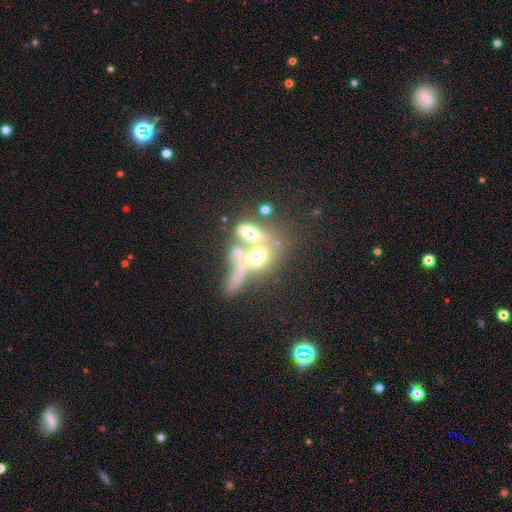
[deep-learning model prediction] Morphology: type=featured or disk (43%); merging=merger (59%).